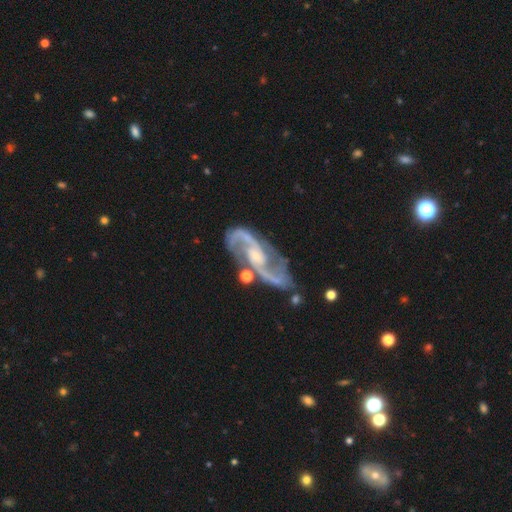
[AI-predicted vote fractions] Smooth or featured: featured or disk — 92% (star or artifact — 5%)
Edge-on disk: no — 95% (yes — 5%)
Bar: weak — 44% (no — 38%)
Spiral arms: yes — 98% (no — 2%)
Spiral winding: medium — 53% (loose — 32%)
Spiral arm count: 2 — 93% (can't tell — 2%)
Bulge size: moderate — 44% (small — 42%)
Merging: none — 68% (minor disturbance — 17%)